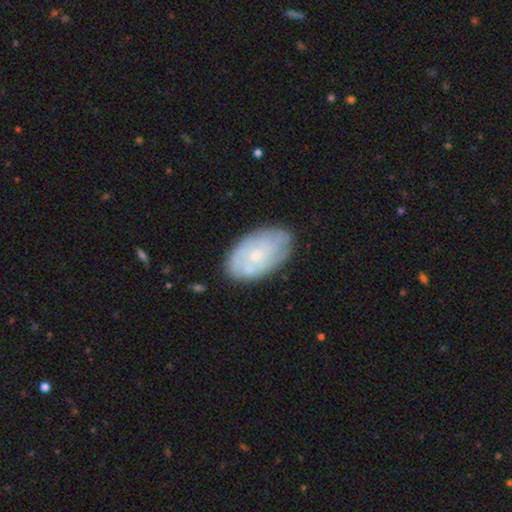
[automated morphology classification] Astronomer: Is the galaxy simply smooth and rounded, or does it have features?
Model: featured or disk — 53% (runner-up: smooth, 41%).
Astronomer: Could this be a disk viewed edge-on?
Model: no — 94%.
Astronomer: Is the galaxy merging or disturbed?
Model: none — 77%.